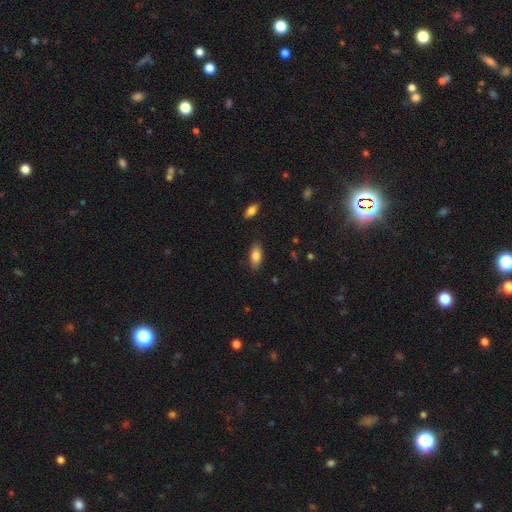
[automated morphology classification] The model was most divided on "merging": none: 84%, minor disturbance: 12%, major disturbance: 3%, merger: 2%. More confident: how rounded — in between (86%); smooth or featured — smooth (84%).